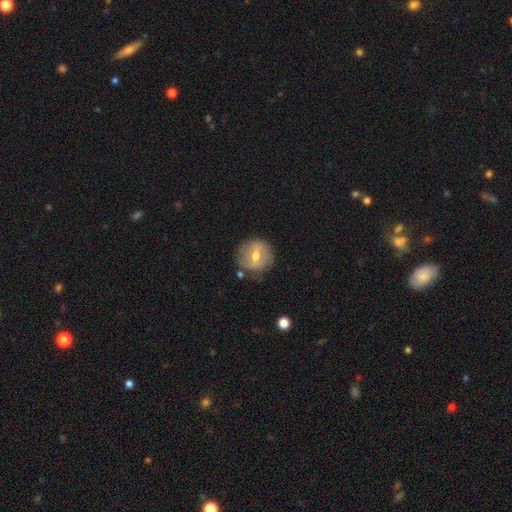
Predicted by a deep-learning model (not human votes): smooth_or_featured: featured or disk (p=0.50) [alt: smooth p=0.42]
disk_edge_on: no (p=0.93) [alt: yes p=0.07]
merging: none (p=0.78) [alt: minor disturbance p=0.14]